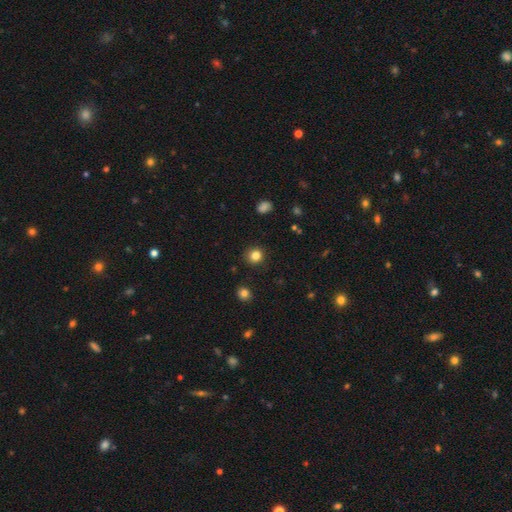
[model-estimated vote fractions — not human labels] smooth-or-featured: smooth: 83% | star or artifact: 12% | featured or disk: 5%
  how-rounded: round: 91% | in between: 8% | cigar-shaped: 1%
  merging: none: 90% | minor disturbance: 6% | major disturbance: 2% | merger: 1%